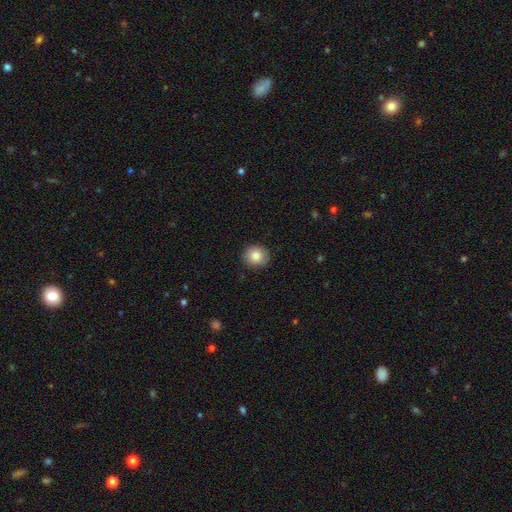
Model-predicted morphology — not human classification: This is clearly a smooth galaxy (82%). How rounded: clearly round (85%). Merging: clearly none (89%).